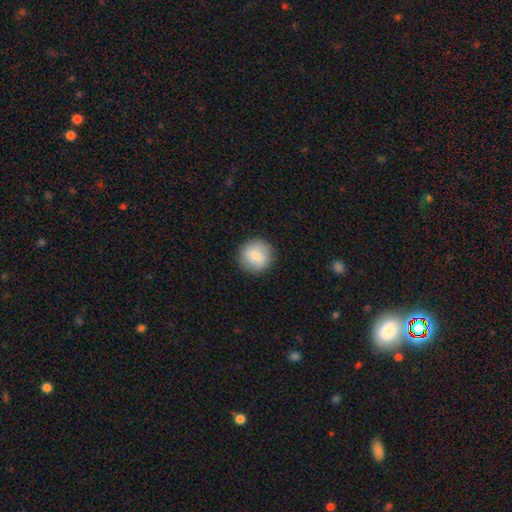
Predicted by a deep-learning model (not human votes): Smooth or featured? Predicted: smooth (p=0.79). How rounded? Predicted: round (p=0.94). Merging? Predicted: none (p=0.89).